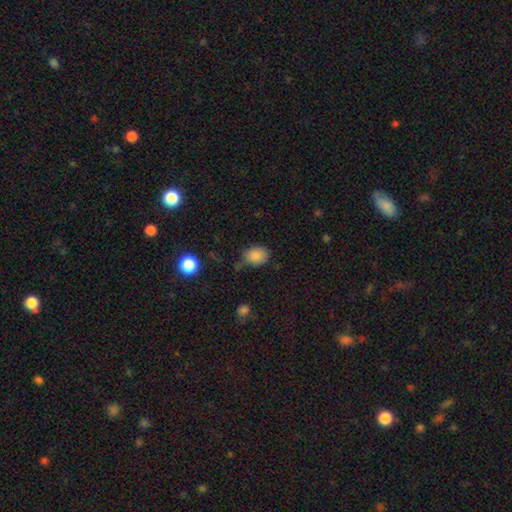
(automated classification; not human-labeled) Morphology: type=smooth (84%); roundness=in between (53%); merging=none (55%).